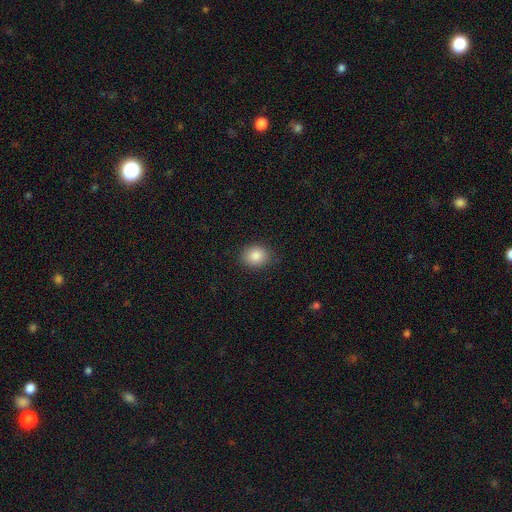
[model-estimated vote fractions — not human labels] A smooth galaxy with no disk features (86%) that is round (61%).

Vote fractions:
- Smooth or featured? smooth: 86% / star or artifact: 9% / featured or disk: 5%
- How rounded? round: 61% / in between: 38% / cigar-shaped: 1%
- Merging? none: 85% / minor disturbance: 11% / major disturbance: 3% / merger: 1%